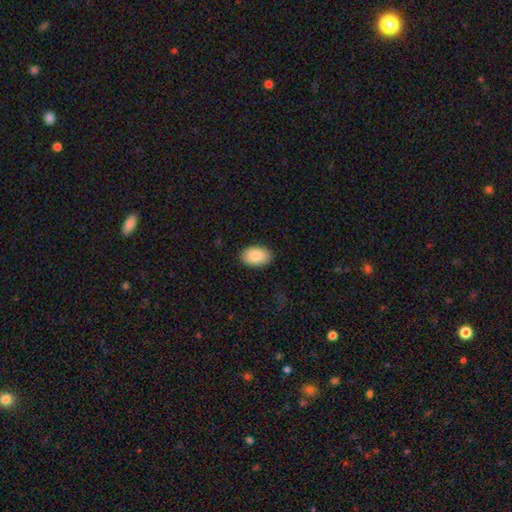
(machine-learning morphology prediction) A smooth galaxy with no disk features (88%) that is in between round and cigar-shaped (90%). Merging: none (88%).